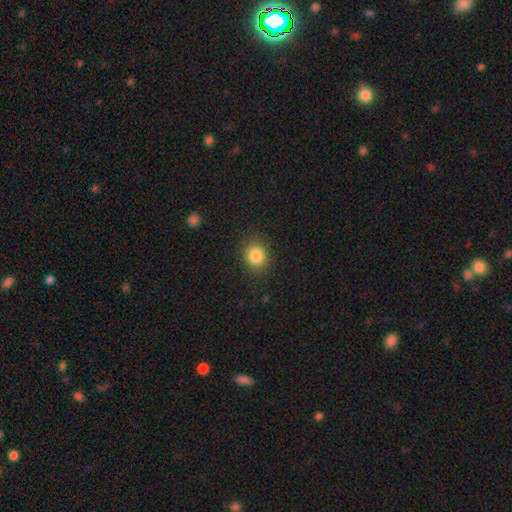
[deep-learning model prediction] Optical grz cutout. It shows a smooth galaxy with no disk features (84%) that is round (70%). Merging: none (86%).